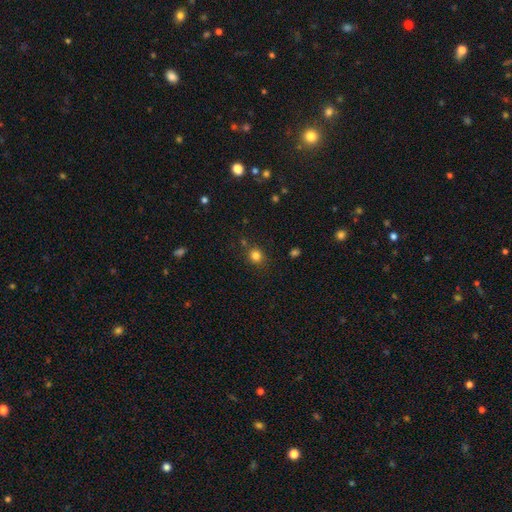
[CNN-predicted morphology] Smooth or featured? smooth (81%)
How rounded? round (85%)
Merging? none (81%)